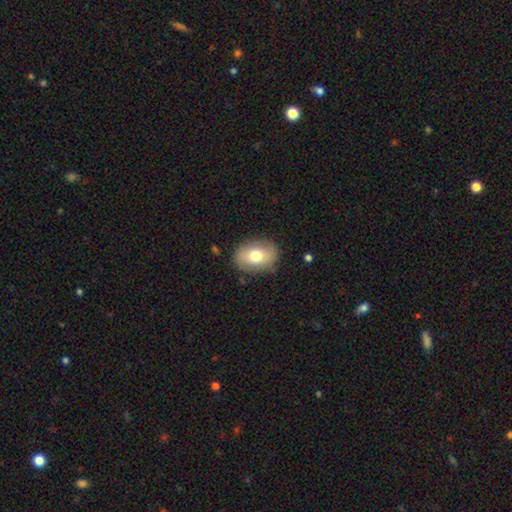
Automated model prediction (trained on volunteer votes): smooth_or_featured: smooth (p=0.71) [alt: featured or disk p=0.21]
how_rounded: in between (p=0.72) [alt: round p=0.27]
merging: none (p=0.83) [alt: minor disturbance p=0.12]